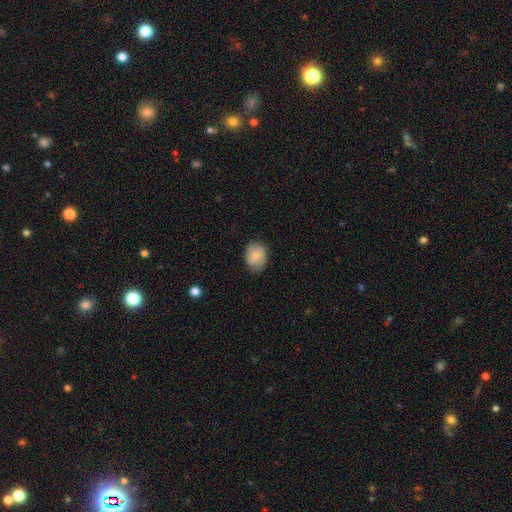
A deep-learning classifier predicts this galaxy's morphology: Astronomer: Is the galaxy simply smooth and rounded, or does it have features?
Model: smooth — 82%.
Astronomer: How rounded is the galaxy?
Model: in between — 57% (runner-up: round, 42%).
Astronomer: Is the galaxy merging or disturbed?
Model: none — 80%.